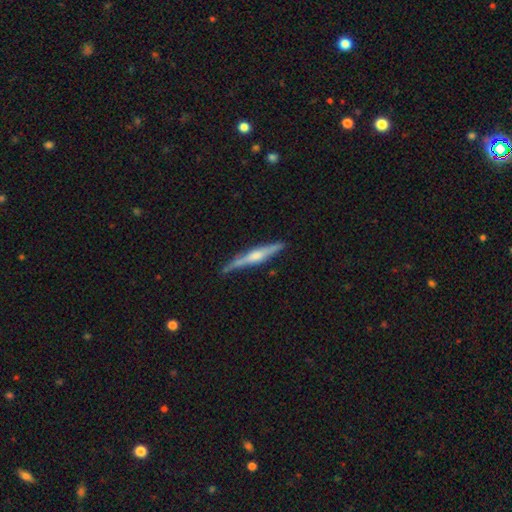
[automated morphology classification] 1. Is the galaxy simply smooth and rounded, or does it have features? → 73% featured or disk, 21% smooth, 5% star or artifact.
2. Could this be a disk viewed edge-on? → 97% yes, 3% no.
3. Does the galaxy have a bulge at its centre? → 74% rounded, 16% boxy, 10% none.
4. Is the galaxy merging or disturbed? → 84% none, 12% minor disturbance, 2% major disturbance, 2% merger.